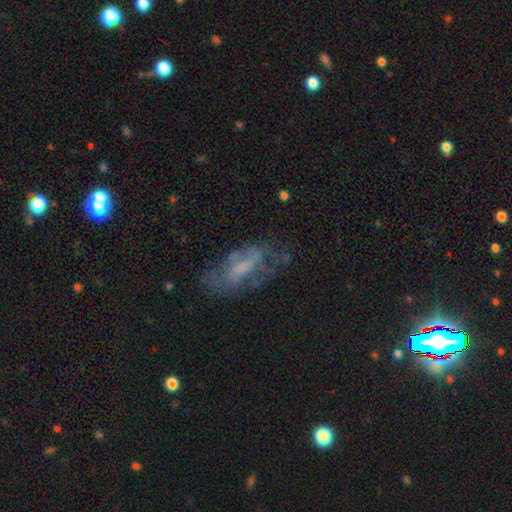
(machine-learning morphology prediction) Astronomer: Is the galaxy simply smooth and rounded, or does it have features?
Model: featured or disk — 53% (runner-up: smooth, 37%).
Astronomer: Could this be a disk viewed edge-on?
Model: no — 91%.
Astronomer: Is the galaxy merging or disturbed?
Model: none — 44% (runner-up: major disturbance, 27%).